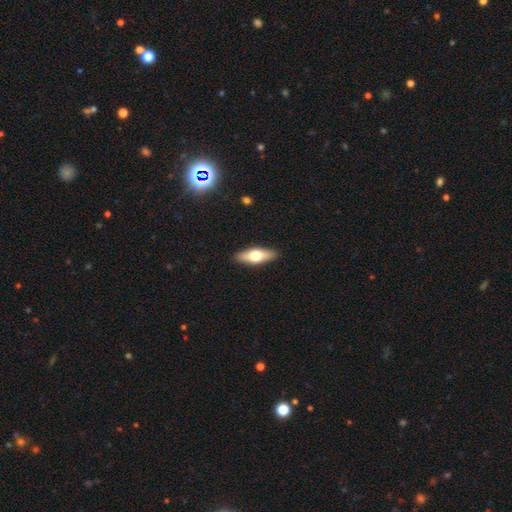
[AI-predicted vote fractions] Q: Smooth or featured?
A: smooth (53%); runner-up: featured or disk (41%)
Q: How rounded?
A: in between (58%); runner-up: cigar-shaped (39%)
Q: Merging?
A: none (90%); runner-up: minor disturbance (8%)